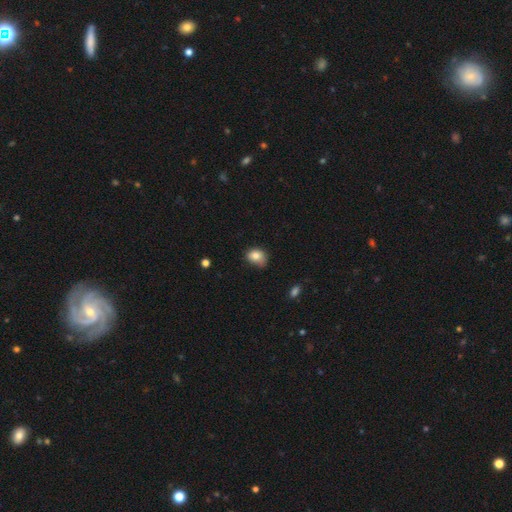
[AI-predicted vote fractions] A smooth galaxy with no disk features (81%) that is in between round and cigar-shaped (59%). Merging: none (49%).